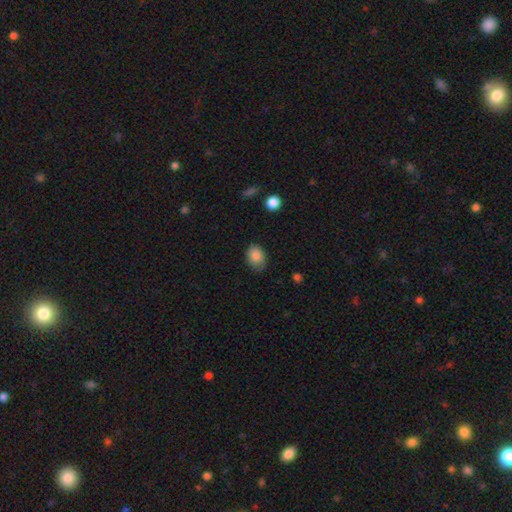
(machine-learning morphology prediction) This is clearly a smooth galaxy (85%). How rounded: likely in between (66%). Merging: likely none (71%).